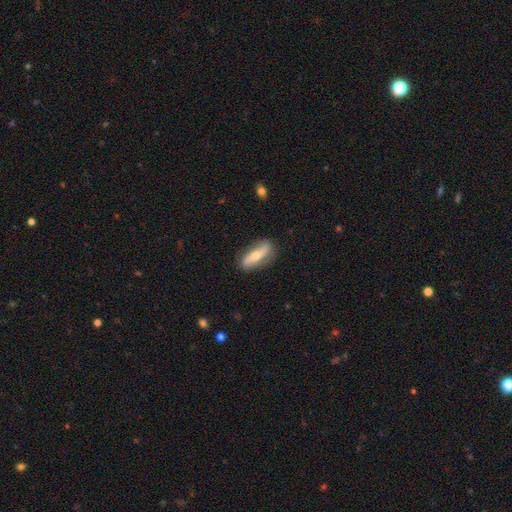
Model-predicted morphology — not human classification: This appears to be a featured or disk galaxy (54%). Merging: none (81%).